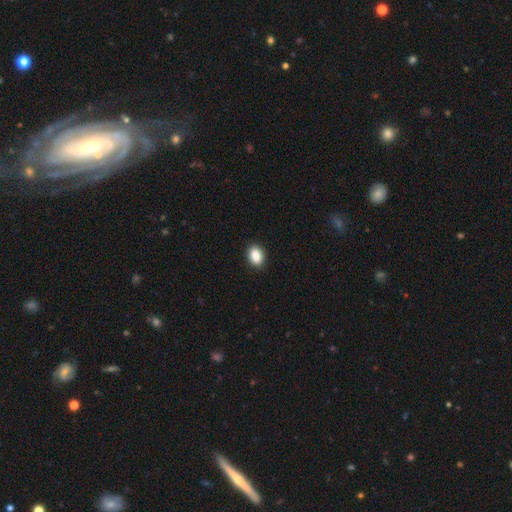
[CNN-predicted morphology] Smooth or featured? Predicted: smooth (p=0.89). How rounded? Predicted: in between (p=0.82). Merging? Predicted: none (p=0.89).